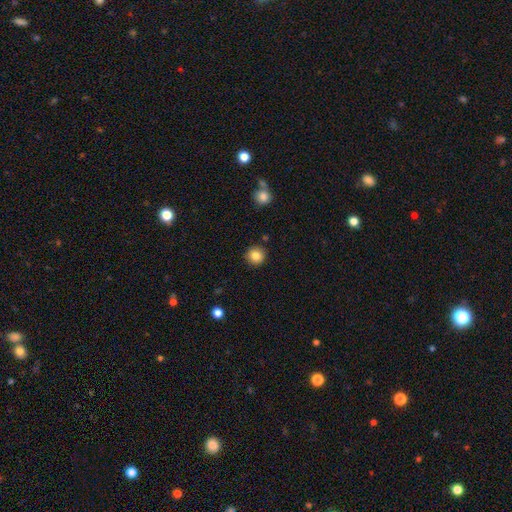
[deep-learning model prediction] Morphology: type=smooth (84%); roundness=round (92%); merging=none (90%).